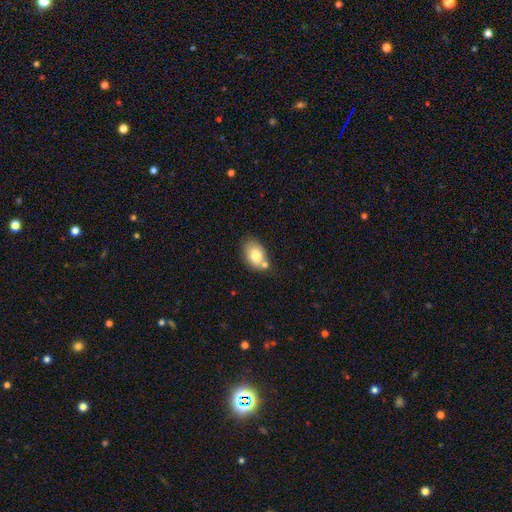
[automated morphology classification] The model was most divided on "merging": none: 55%, merger: 22%, minor disturbance: 18%, major disturbance: 4%. More confident: how rounded — in between (83%); smooth or featured — smooth (78%).